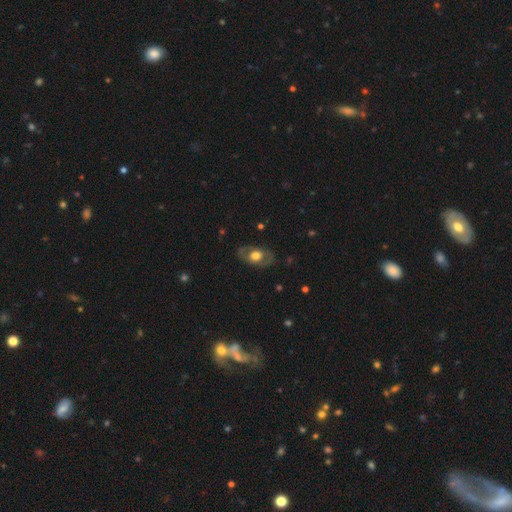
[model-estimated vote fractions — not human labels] Smooth or featured? Predicted: smooth (p=0.48). Merging? Predicted: none (p=0.78).